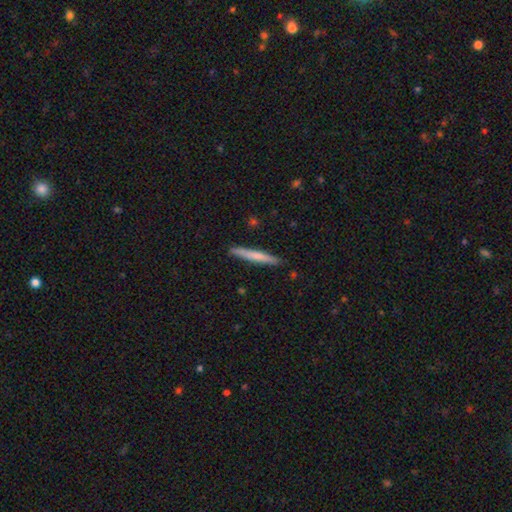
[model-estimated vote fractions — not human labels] Smooth or featured?
  - smooth: 64% *
  - featured or disk: 31%
  - star or artifact: 5%
How rounded?
  - cigar-shaped: 96% *
  - in between: 3%
  - round: 1%
Merging?
  - none: 90% *
  - minor disturbance: 8%
  - major disturbance: 1%
  - merger: 1%